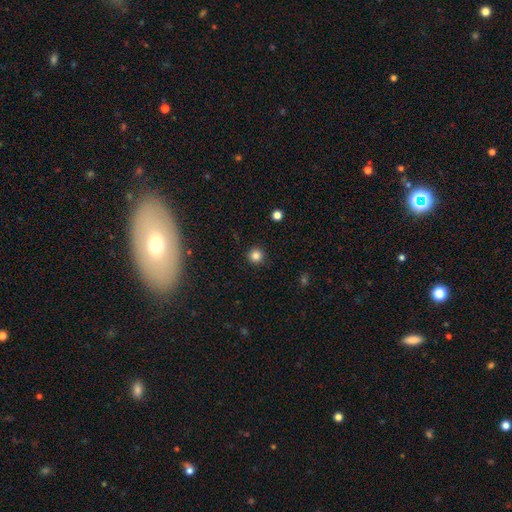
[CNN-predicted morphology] smooth_or_featured: smooth (p=0.83) [alt: star or artifact p=0.13]
how_rounded: round (p=0.96) [alt: in between p=0.03]
merging: none (p=0.92) [alt: minor disturbance p=0.05]